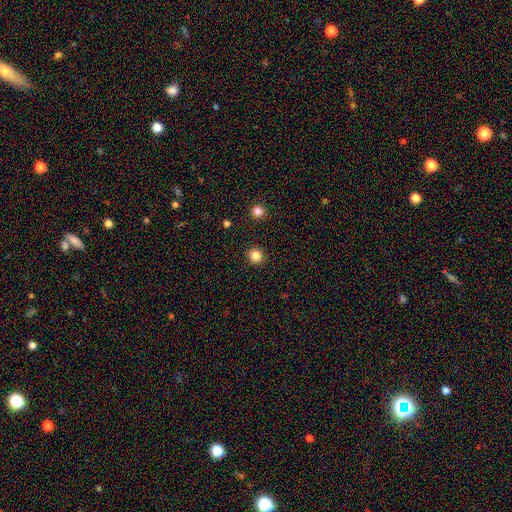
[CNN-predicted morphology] smooth-or-featured: smooth: 84% | star or artifact: 12% | featured or disk: 4%
  how-rounded: round: 92% | in between: 7% | cigar-shaped: 1%
  merging: none: 92% | minor disturbance: 5% | major disturbance: 2% | merger: 1%